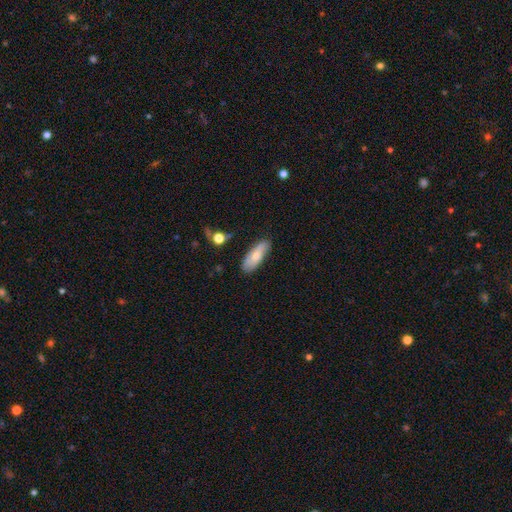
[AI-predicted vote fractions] smooth_or_featured: smooth (p=0.69) [alt: featured or disk p=0.24]
how_rounded: in between (p=0.70) [alt: cigar-shaped p=0.28]
merging: none (p=0.77) [alt: minor disturbance p=0.18]